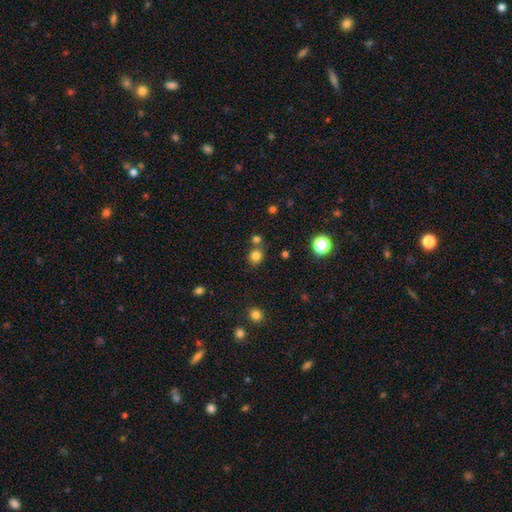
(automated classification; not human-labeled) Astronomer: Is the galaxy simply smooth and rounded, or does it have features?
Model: smooth — 80%.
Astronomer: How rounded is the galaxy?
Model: round — 75%.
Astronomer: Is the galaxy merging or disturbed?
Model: none — 69%.